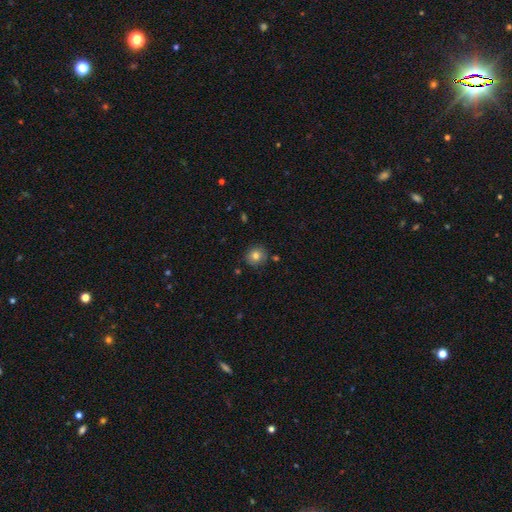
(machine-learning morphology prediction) Q: Smooth or featured?
A: smooth (80%); runner-up: star or artifact (11%)
Q: How rounded?
A: round (89%); runner-up: in between (10%)
Q: Merging?
A: none (86%); runner-up: minor disturbance (10%)